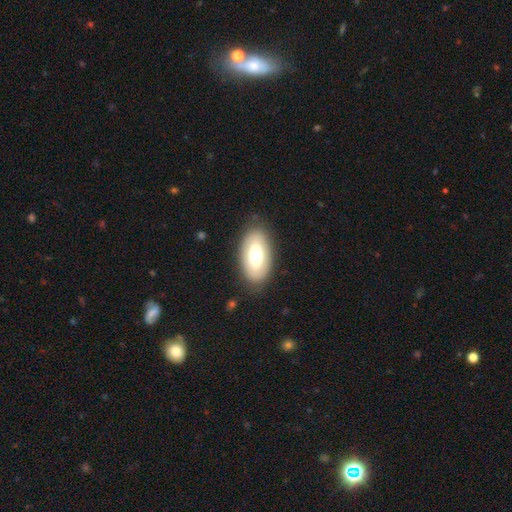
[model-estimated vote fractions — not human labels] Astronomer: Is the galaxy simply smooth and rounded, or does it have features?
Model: smooth — 63%.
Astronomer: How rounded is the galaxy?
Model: in between — 93%.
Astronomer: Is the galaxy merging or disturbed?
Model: none — 82%.